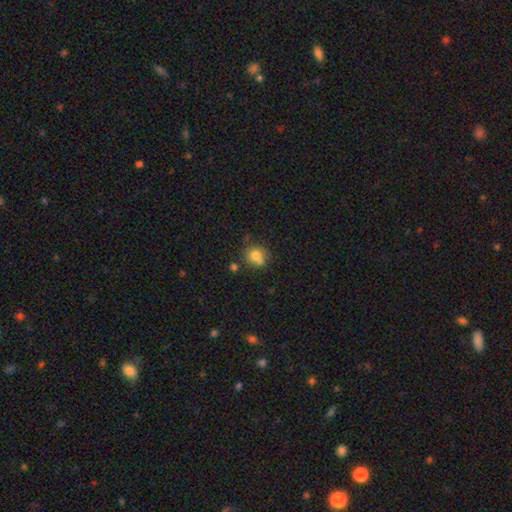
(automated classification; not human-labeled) A smooth galaxy with no disk features (77%) that is round (81%). Merging: none (60%).